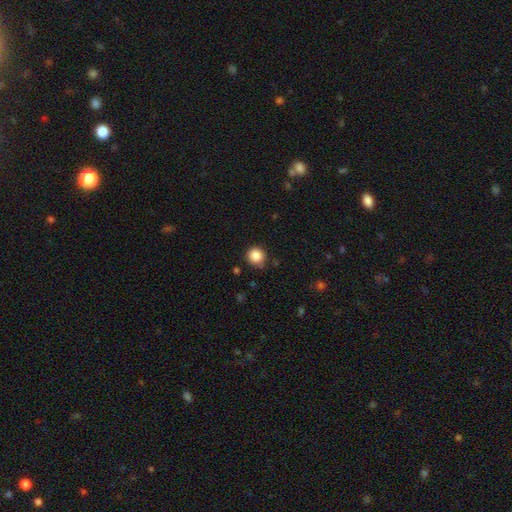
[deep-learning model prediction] Morphology: type=smooth (86%); roundness=round (92%); merging=none (81%).